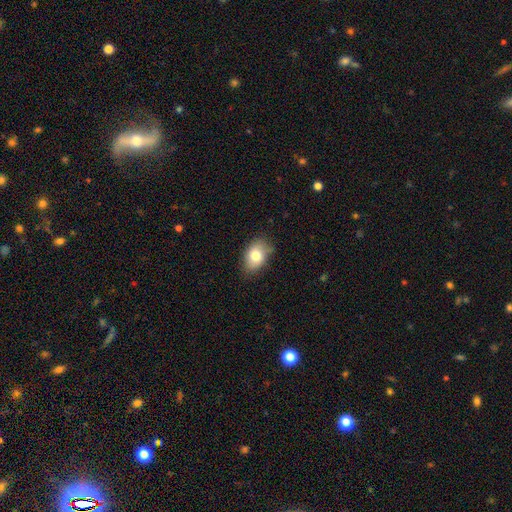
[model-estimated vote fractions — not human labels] smooth-or-featured: smooth: 78% | featured or disk: 14% | star or artifact: 8%
  how-rounded: in between: 84% | round: 15% | cigar-shaped: 1%
  merging: none: 74% | minor disturbance: 21% | major disturbance: 4% | merger: 1%